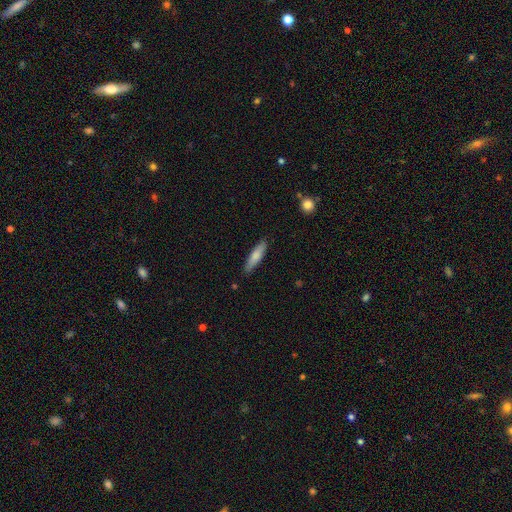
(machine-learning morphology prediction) Overall: smooth (77%). How rounded: cigar-shaped (73%). Merging: none (86%).